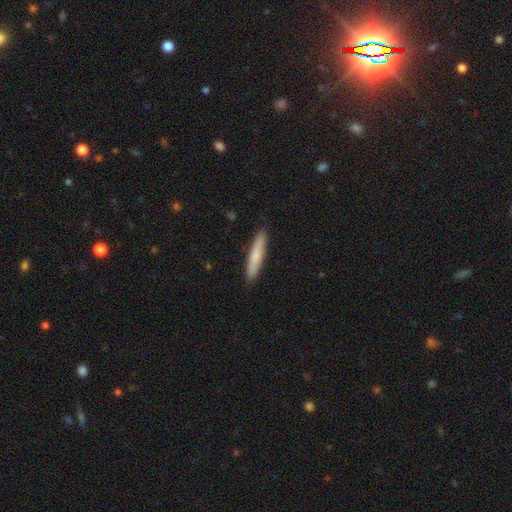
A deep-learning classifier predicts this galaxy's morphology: Smooth or featured? smooth (73%)
How rounded? cigar-shaped (91%)
Merging? none (90%)